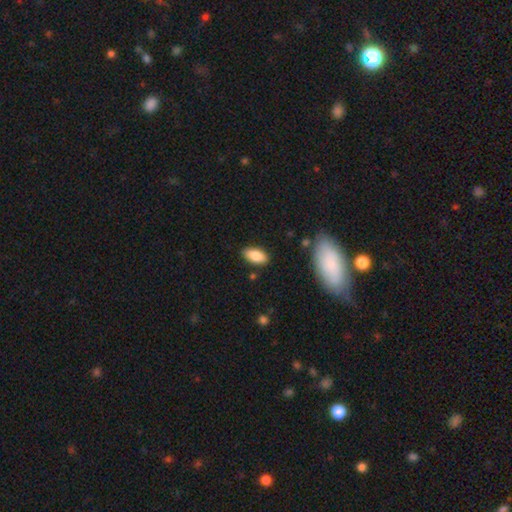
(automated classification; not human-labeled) Smooth or featured? smooth (85%)
How rounded? in between (91%)
Merging? none (85%)